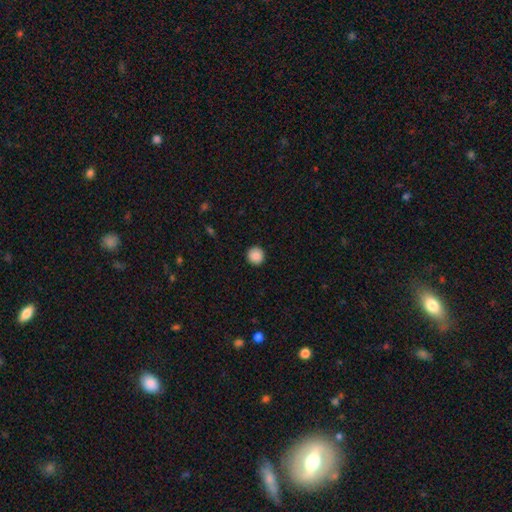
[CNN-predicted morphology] smooth_or_featured: smooth (p=0.88) [alt: star or artifact p=0.09]
how_rounded: round (p=0.95) [alt: in between p=0.04]
merging: none (p=0.93) [alt: minor disturbance p=0.05]